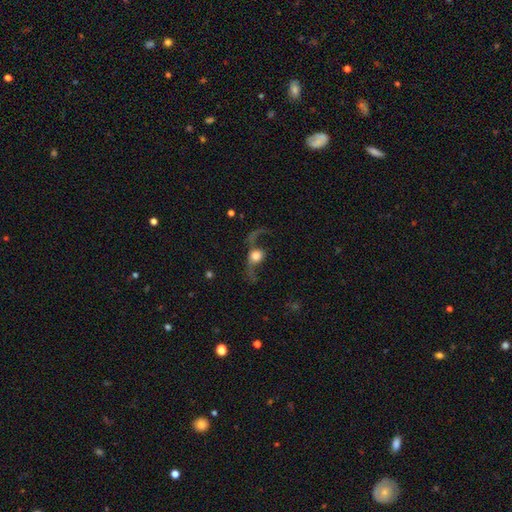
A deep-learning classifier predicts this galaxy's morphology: A featured or disk galaxy (56%).

Vote fractions:
- Smooth or featured? featured or disk: 56% / smooth: 34% / star or artifact: 10%
- Edge-on disk? no: 82% / yes: 18%
- Merging? none: 42% / major disturbance: 38% / minor disturbance: 14% / merger: 6%